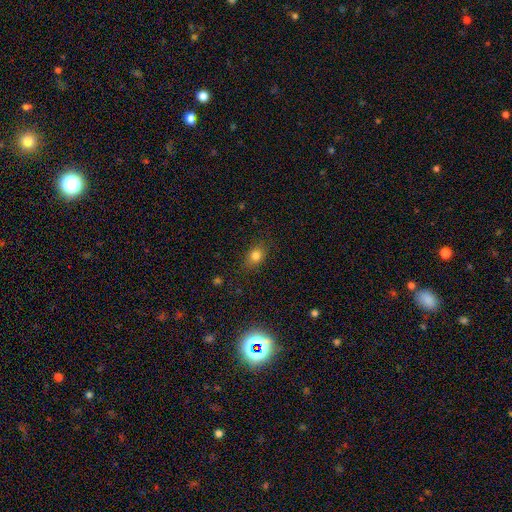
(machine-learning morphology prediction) Smooth or featured?
  - smooth: 80% *
  - star or artifact: 13%
  - featured or disk: 8%
How rounded?
  - in between: 58% *
  - round: 40%
  - cigar-shaped: 2%
Merging?
  - none: 81% *
  - minor disturbance: 14%
  - major disturbance: 4%
  - merger: 1%